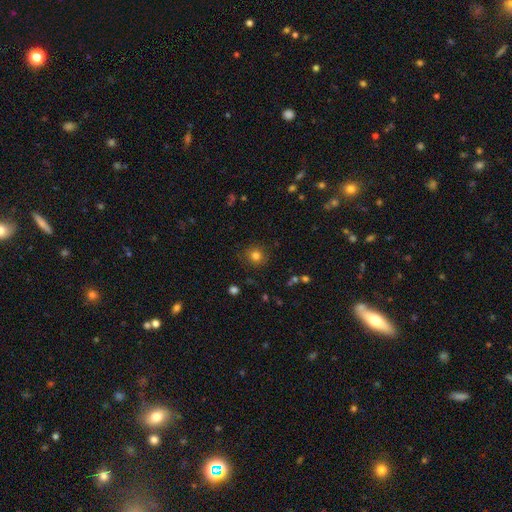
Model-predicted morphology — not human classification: Smooth or featured? smooth (80%)
How rounded? round (89%)
Merging? none (86%)